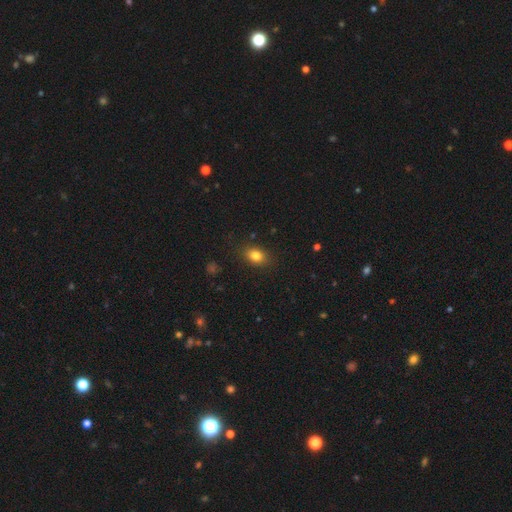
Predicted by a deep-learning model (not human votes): smooth-or-featured: smooth: 81% | star or artifact: 11% | featured or disk: 8%
  how-rounded: in between: 71% | round: 27% | cigar-shaped: 2%
  merging: none: 85% | minor disturbance: 11% | major disturbance: 3% | merger: 1%